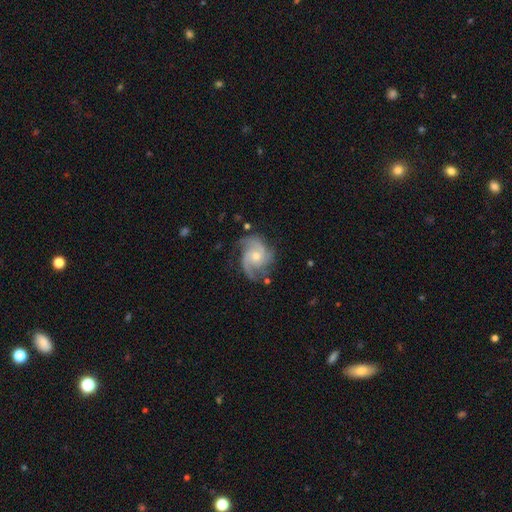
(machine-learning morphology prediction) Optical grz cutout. It shows a featured or disk galaxy (87%) with no bar (74%), 3 (52%) medium (52%) spiral arms (97%) and a small central bulge (55%). Merging: none (68%).